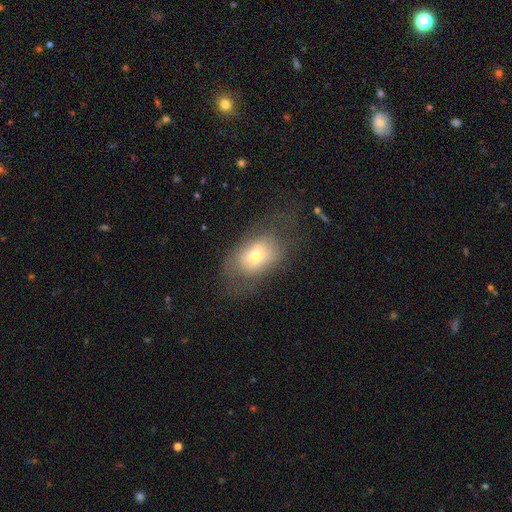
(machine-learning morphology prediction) This appears to be a smooth galaxy with no disk features (61%) that is in between round and cigar-shaped (81%). Merging: none (48%).